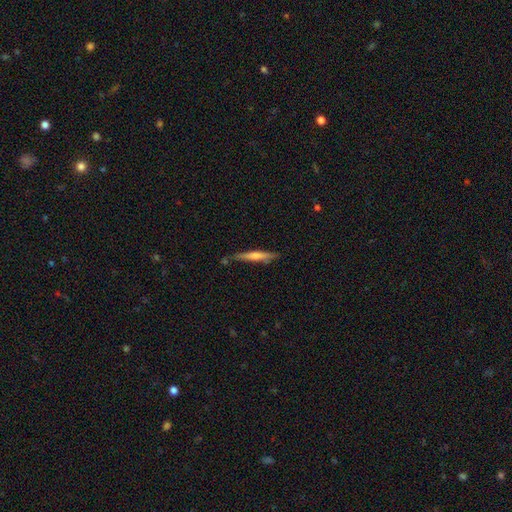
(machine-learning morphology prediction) This appears to be a smooth galaxy with no disk features (57%) that is cigar-shaped (93%). Merging: none (72%).